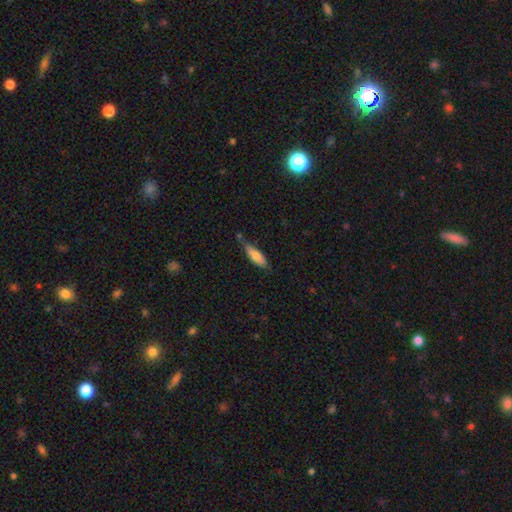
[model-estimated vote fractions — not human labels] smooth_or_featured: smooth (p=0.78) [alt: featured or disk p=0.16]
how_rounded: in between (p=0.49) [tied with: cigar-shaped p=0.49]
merging: none (p=0.57) [alt: minor disturbance p=0.30]